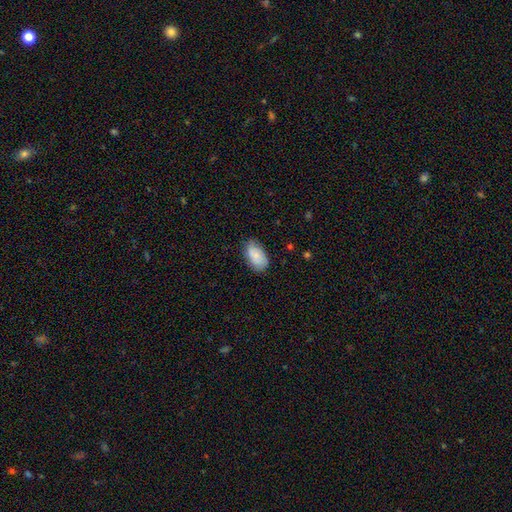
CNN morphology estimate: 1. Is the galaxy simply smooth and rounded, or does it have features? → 74% smooth, 19% featured or disk, 7% star or artifact.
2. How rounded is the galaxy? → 93% in between, 5% round, 2% cigar-shaped.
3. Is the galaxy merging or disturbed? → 66% none, 27% minor disturbance, 5% major disturbance, 1% merger.